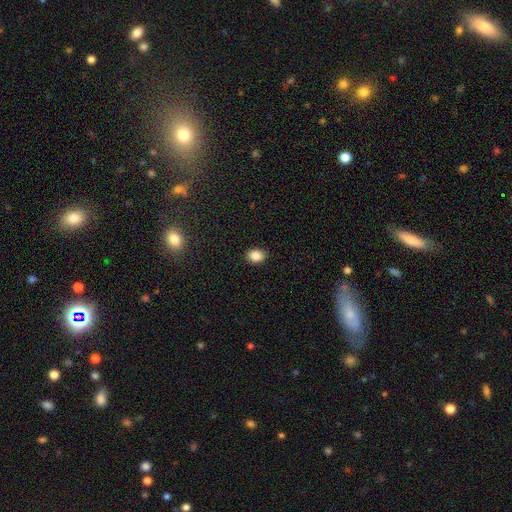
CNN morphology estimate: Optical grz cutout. It shows a smooth galaxy with no disk features (87%) that is in between round and cigar-shaped (71%). Merging: none (89%).